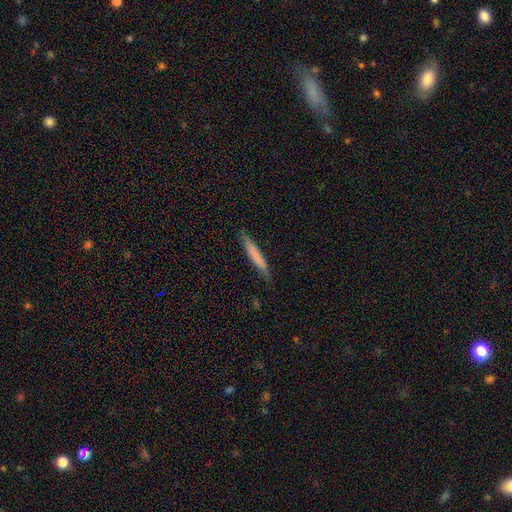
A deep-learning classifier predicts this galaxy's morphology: Overall: smooth (73%). How rounded: cigar-shaped (95%). Merging: none (85%).